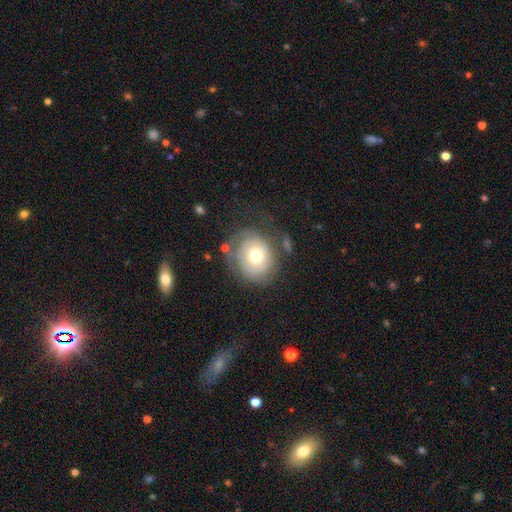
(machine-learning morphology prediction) Q: Smooth or featured?
A: featured or disk (46%); tied with: smooth (46%)
Q: Merging?
A: none (54%); runner-up: minor disturbance (23%)